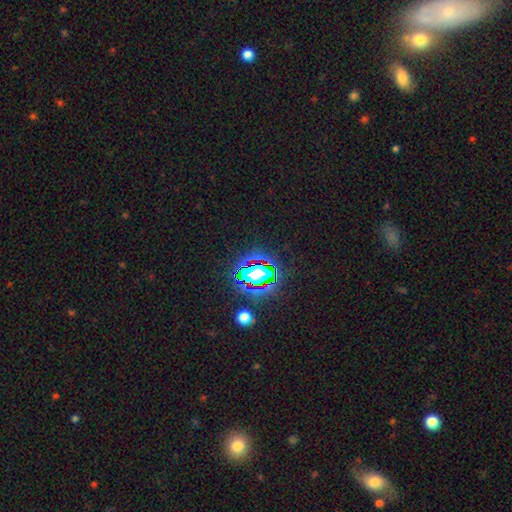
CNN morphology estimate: Smooth or featured? star or artifact (74%)